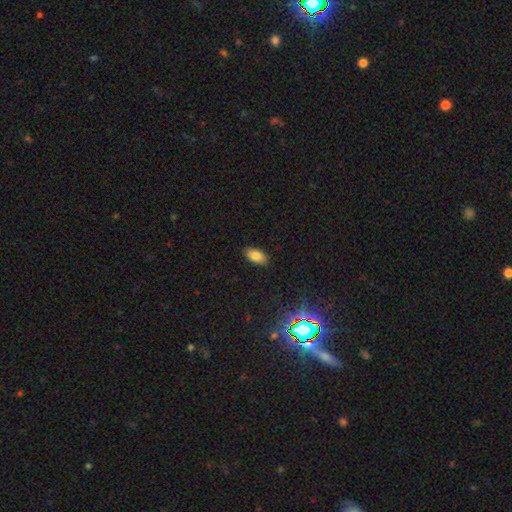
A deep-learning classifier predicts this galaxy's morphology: This is clearly a smooth galaxy (81%). How rounded: clearly in between (92%). Merging: clearly none (88%).